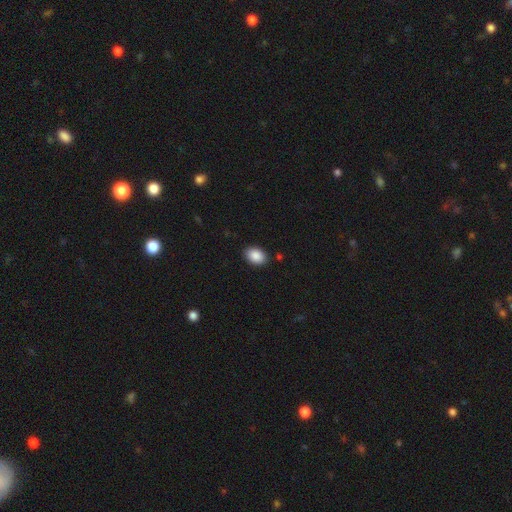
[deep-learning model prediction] The model was most divided on "how rounded": in between: 84%, round: 15%, cigar-shaped: 1%. More confident: smooth or featured — smooth (89%); merging — none (88%).